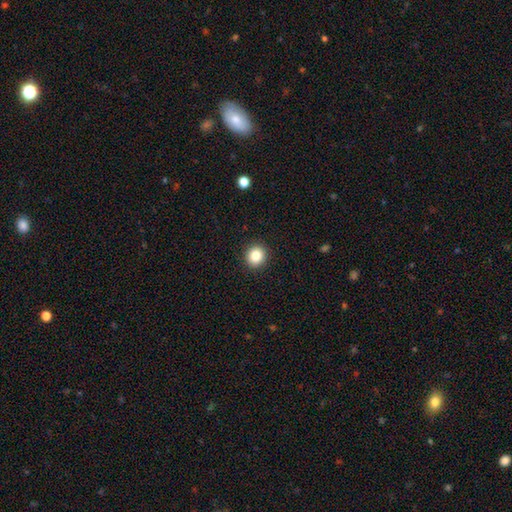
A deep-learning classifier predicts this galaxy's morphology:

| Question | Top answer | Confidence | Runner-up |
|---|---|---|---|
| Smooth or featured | smooth | 86% | star or artifact (10%) |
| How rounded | round | 88% | in between (12%) |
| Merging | none | 92% | minor disturbance (5%) |